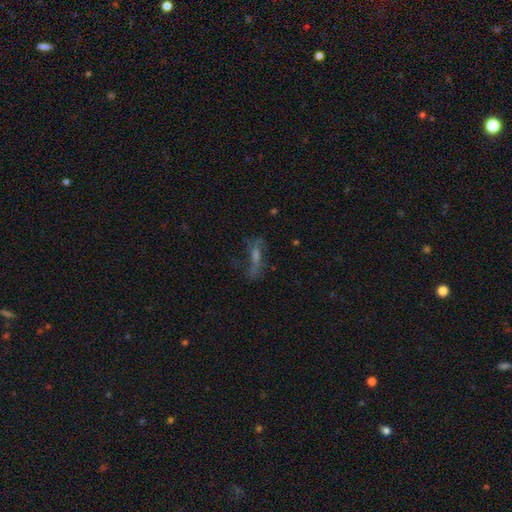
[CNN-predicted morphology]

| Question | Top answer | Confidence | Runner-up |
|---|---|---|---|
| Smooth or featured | featured or disk | 50% | smooth (28%) |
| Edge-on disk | no | 71% | yes (29%) |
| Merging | none | 49% | major disturbance (26%) |